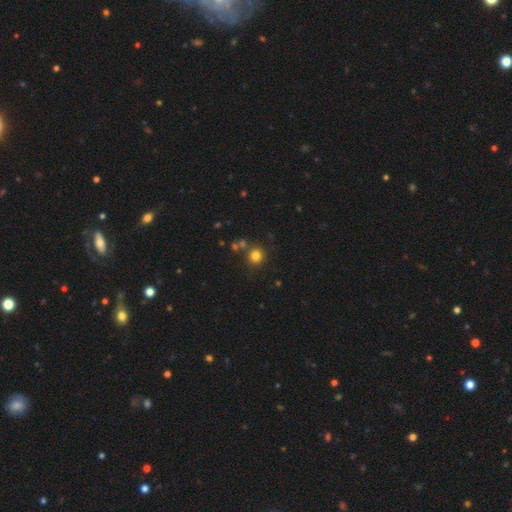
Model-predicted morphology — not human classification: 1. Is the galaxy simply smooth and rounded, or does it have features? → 79% smooth, 15% star or artifact, 6% featured or disk.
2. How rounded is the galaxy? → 93% round, 6% in between, 1% cigar-shaped.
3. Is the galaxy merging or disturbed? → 79% none, 10% merger, 8% minor disturbance, 3% major disturbance.